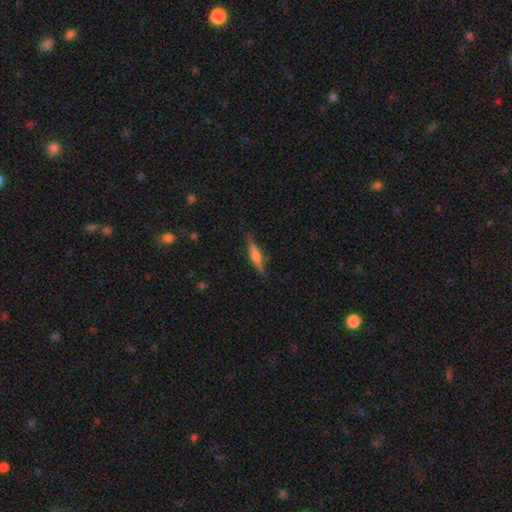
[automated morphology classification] type=featured or disk (54%); edge-on=yes (96%); edge-on bulge=rounded (75%); merging=none (84%).